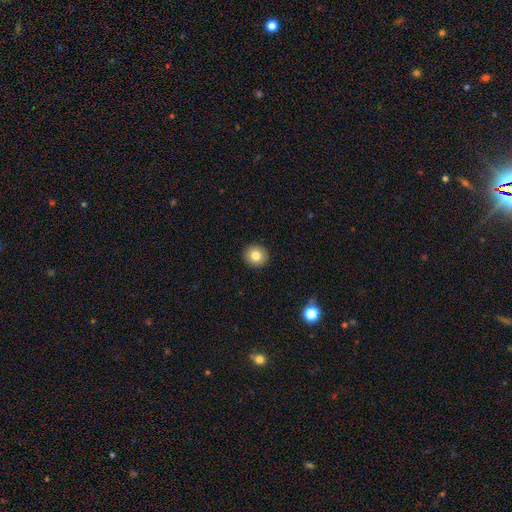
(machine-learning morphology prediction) Smooth or featured?
  - smooth: 82% *
  - star or artifact: 10%
  - featured or disk: 8%
How rounded?
  - round: 92% *
  - in between: 7%
  - cigar-shaped: 1%
Merging?
  - none: 93% *
  - minor disturbance: 5%
  - major disturbance: 1%
  - merger: 1%